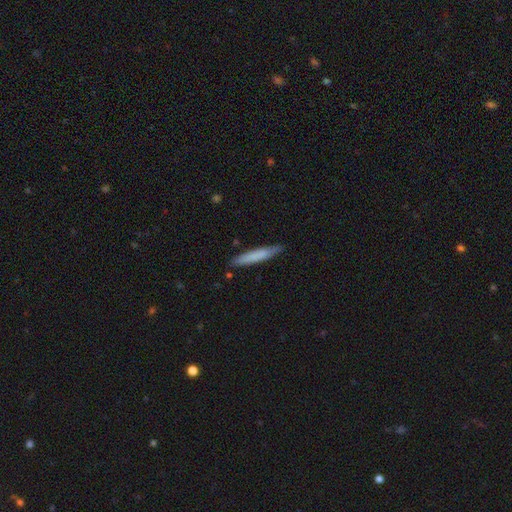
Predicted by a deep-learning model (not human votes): A smooth galaxy with no disk features (72%) that is cigar-shaped (93%).

Vote fractions:
- Smooth or featured? smooth: 72% / featured or disk: 23% / star or artifact: 6%
- How rounded? cigar-shaped: 93% / in between: 5% / round: 1%
- Merging? none: 85% / minor disturbance: 12% / major disturbance: 2% / merger: 2%